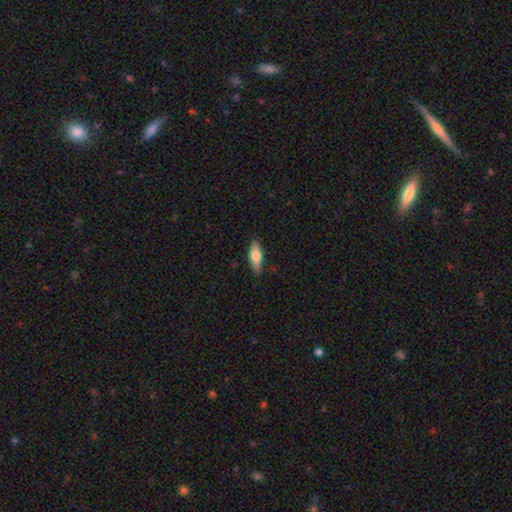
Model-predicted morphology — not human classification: smooth-or-featured: smooth: 72% | featured or disk: 22% | star or artifact: 6%
  how-rounded: in between: 61% | cigar-shaped: 36% | round: 2%
  merging: none: 83% | minor disturbance: 13% | major disturbance: 2% | merger: 1%